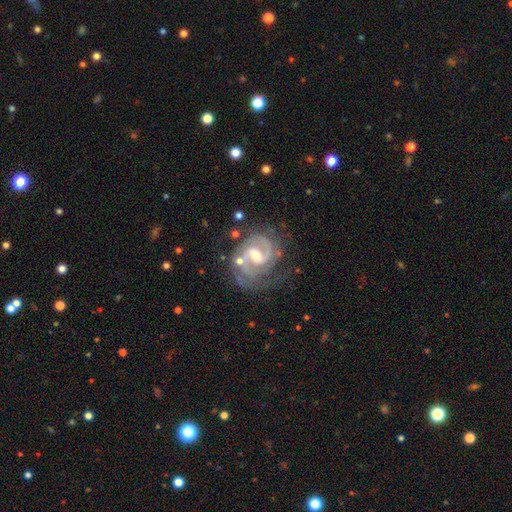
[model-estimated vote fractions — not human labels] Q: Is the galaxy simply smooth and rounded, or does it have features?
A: featured or disk — 91%.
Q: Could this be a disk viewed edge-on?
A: no — 98%.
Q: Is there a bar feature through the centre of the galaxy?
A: weak — 57%.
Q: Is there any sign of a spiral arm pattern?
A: yes — 98%.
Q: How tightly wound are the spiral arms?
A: medium — 48%.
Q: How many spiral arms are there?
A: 2 — 77%.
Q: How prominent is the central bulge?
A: moderate — 50%.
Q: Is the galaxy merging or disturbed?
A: none — 62%.